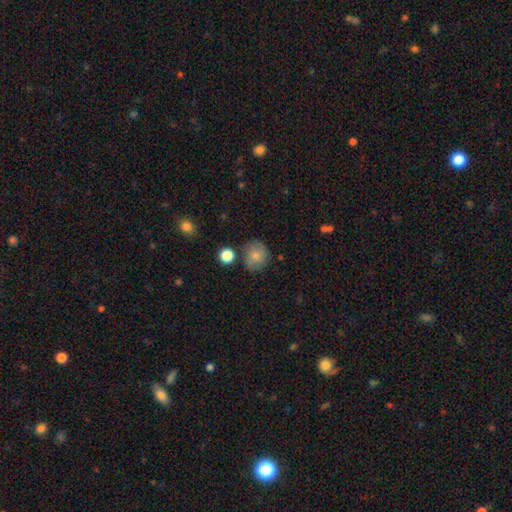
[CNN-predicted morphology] This appears to be a smooth galaxy with no disk features (73%) that is round (79%). Merging: none (67%).